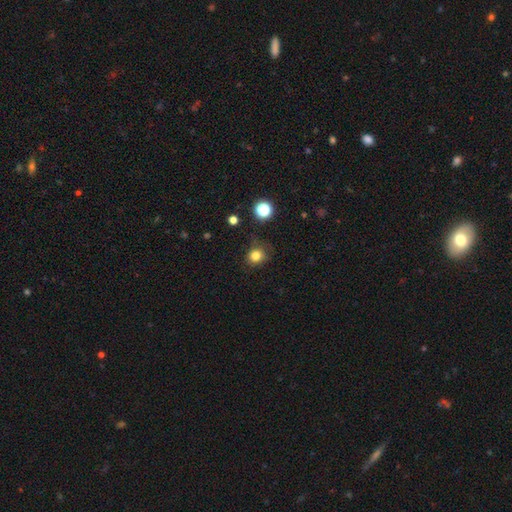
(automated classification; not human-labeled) smooth_or_featured: smooth (p=0.80) [alt: star or artifact p=0.15]
how_rounded: round (p=0.79) [alt: in between p=0.20]
merging: none (p=0.73) [alt: minor disturbance p=0.19]